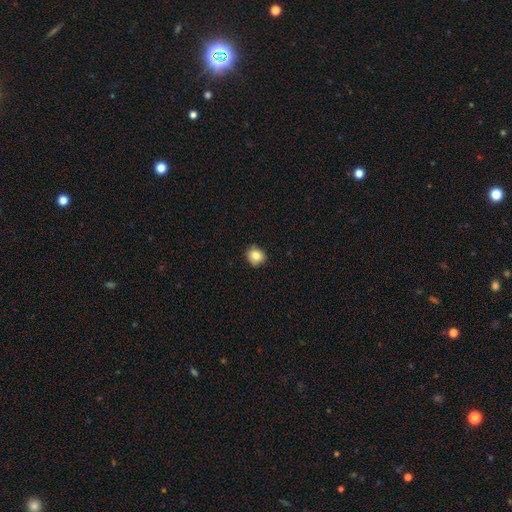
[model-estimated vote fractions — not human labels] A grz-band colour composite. It shows a smooth galaxy with no disk features (82%) that is round (84%). Merging: none (86%).